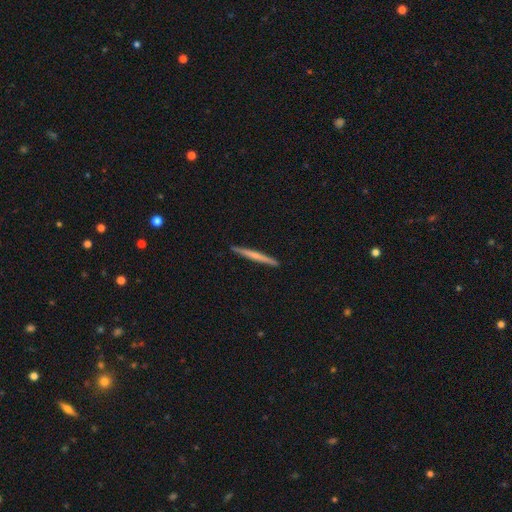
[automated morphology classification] Smooth or featured: smooth — 51% (featured or disk — 44%)
How rounded: cigar-shaped — 97% (in between — 2%)
Merging: none — 92% (minor disturbance — 6%)